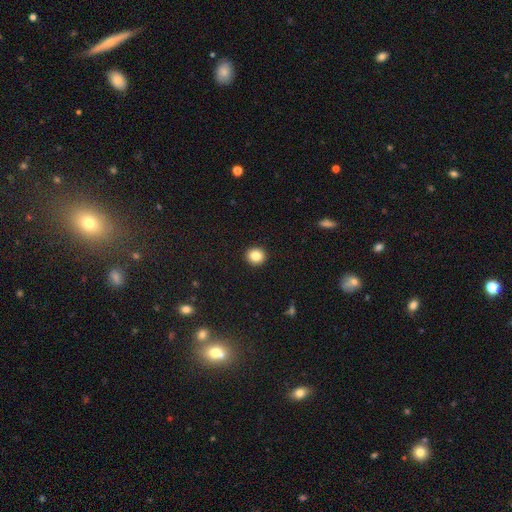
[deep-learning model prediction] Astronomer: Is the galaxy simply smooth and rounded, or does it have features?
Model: smooth — 85%.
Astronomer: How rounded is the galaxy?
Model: round — 85%.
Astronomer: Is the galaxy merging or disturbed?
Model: none — 93%.